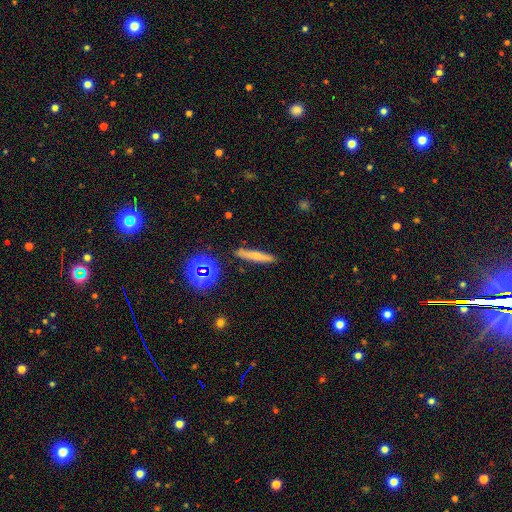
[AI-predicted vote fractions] A smooth galaxy with no disk features (67%) that is cigar-shaped (90%).

Vote fractions:
- Smooth or featured? smooth: 67% / featured or disk: 20% / star or artifact: 13%
- How rounded? cigar-shaped: 90% / in between: 7% / round: 3%
- Merging? none: 87% / minor disturbance: 8% / major disturbance: 2% / merger: 2%